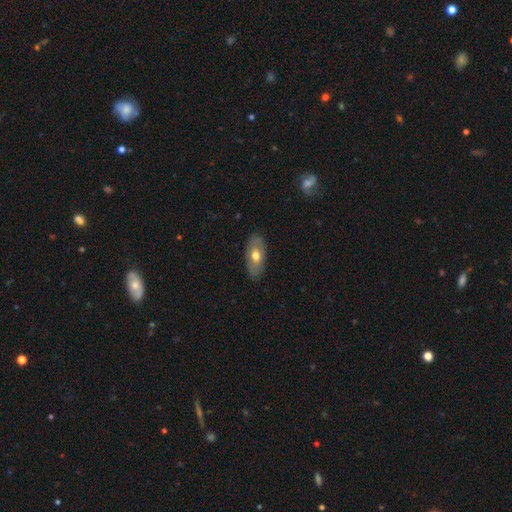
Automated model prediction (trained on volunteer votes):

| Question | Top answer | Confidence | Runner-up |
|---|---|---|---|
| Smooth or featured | smooth | 58% | featured or disk (36%) |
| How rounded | in between | 89% | cigar-shaped (7%) |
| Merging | none | 84% | minor disturbance (12%) |